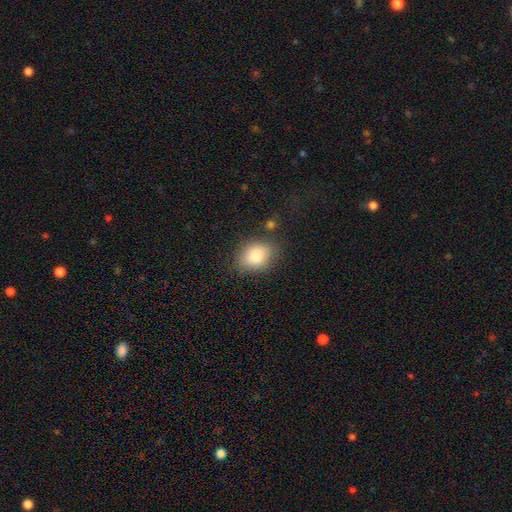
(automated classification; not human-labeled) smooth_or_featured: smooth (p=0.84) [alt: star or artifact p=0.08]
how_rounded: in between (p=0.72) [alt: round p=0.27]
merging: none (p=0.75) [alt: minor disturbance p=0.16]